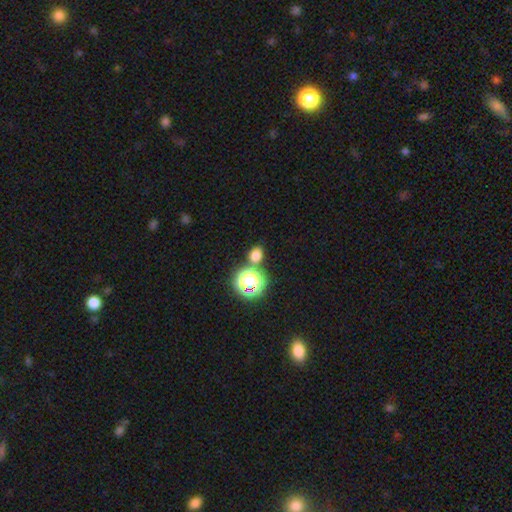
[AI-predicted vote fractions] Q: Smooth or featured?
A: smooth (71%); runner-up: star or artifact (23%)
Q: How rounded?
A: round (57%); runner-up: in between (42%)
Q: Merging?
A: none (71%); runner-up: merger (15%)